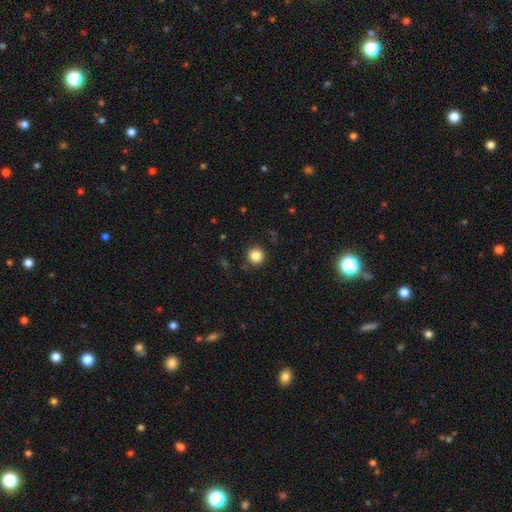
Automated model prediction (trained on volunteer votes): Q: Smooth or featured?
A: smooth (85%); runner-up: star or artifact (11%)
Q: How rounded?
A: round (95%); runner-up: in between (5%)
Q: Merging?
A: none (90%); runner-up: minor disturbance (7%)